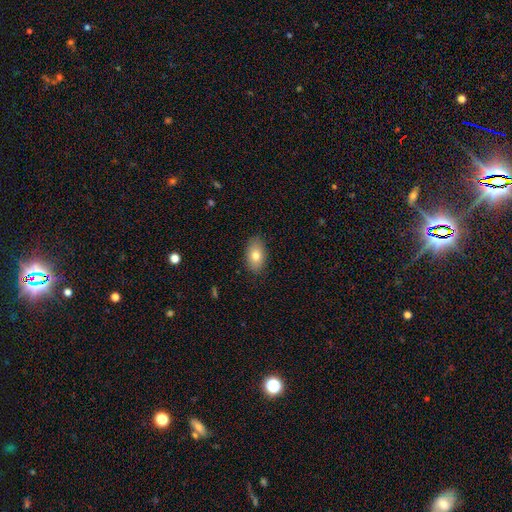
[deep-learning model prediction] Smooth or featured: smooth — 79% (featured or disk — 13%)
How rounded: in between — 90% (round — 8%)
Merging: none — 86% (minor disturbance — 10%)